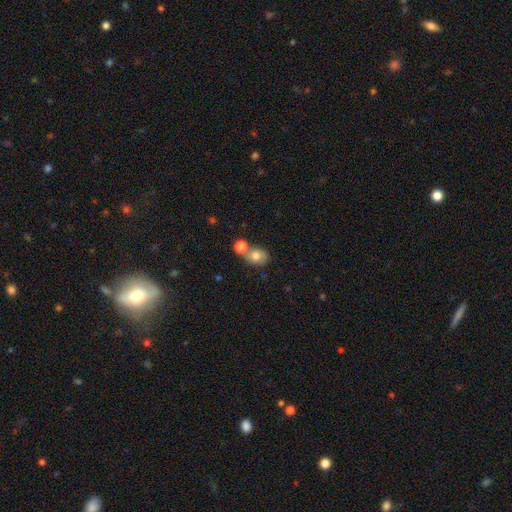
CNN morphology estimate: A smooth galaxy with no disk features (77%) that is round (59%). Merging: none (48%).